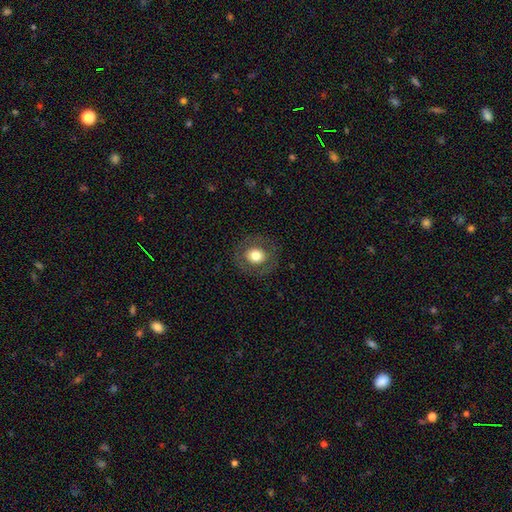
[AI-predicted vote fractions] The model was most divided on "smooth or featured": smooth: 66%, featured or disk: 25%, star or artifact: 9%. More confident: merging — none (84%); how rounded — round (82%).